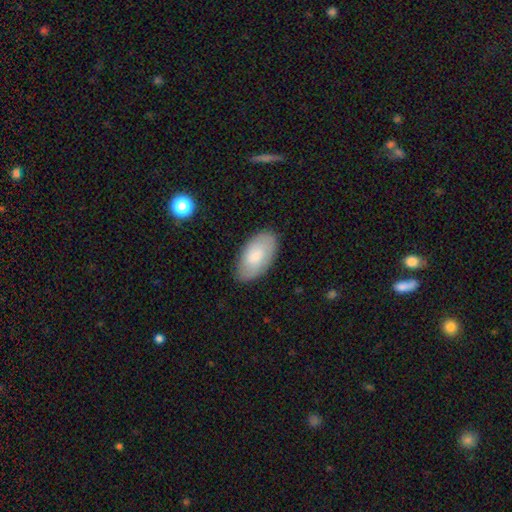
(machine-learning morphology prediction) This is likely a smooth galaxy (73%). How rounded: clearly in between (95%). Merging: clearly none (83%).